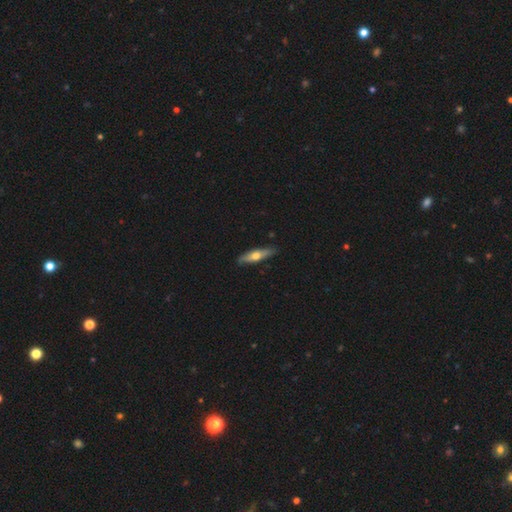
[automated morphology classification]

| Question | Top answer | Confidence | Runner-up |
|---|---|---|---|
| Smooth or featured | featured or disk | 49% | smooth (46%) |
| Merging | none | 86% | minor disturbance (11%) |